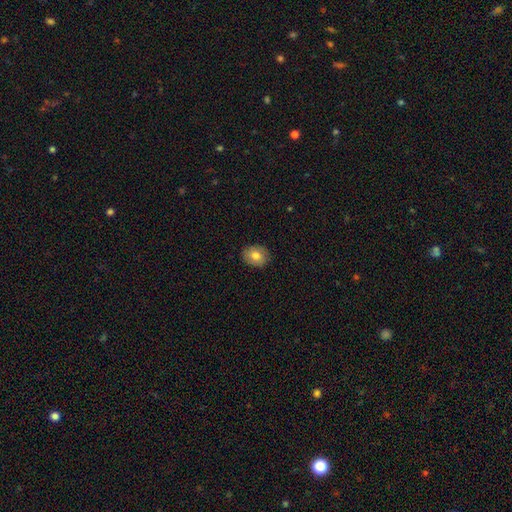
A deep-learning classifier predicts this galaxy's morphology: Overall: smooth (79%). How rounded: round (50%; in between 49%). Merging: none (88%).